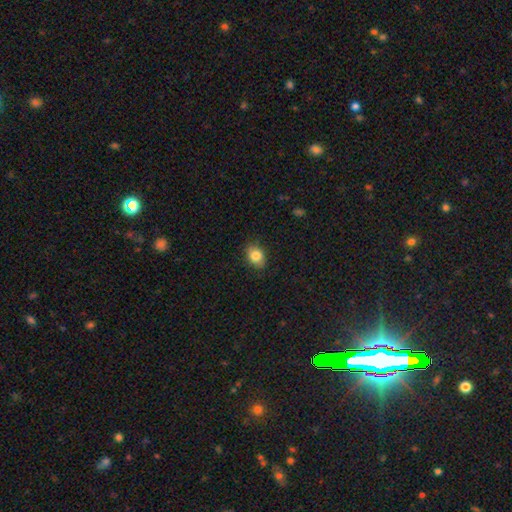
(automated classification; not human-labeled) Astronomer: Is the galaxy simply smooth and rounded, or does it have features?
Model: smooth — 83%.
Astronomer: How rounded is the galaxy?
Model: in between — 71%.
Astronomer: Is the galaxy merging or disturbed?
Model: none — 83%.